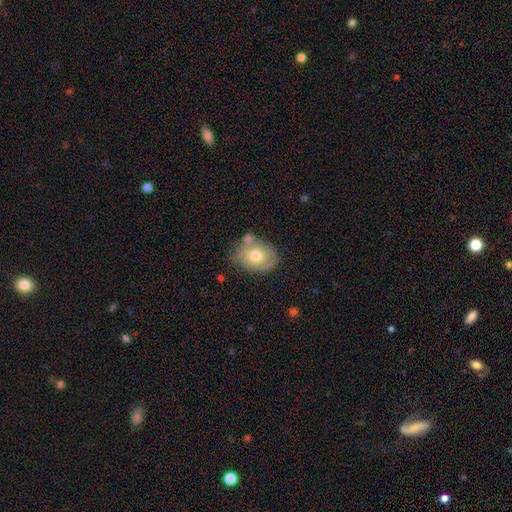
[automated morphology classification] type=smooth (68%); roundness=in between (65%); merging=none (63%).